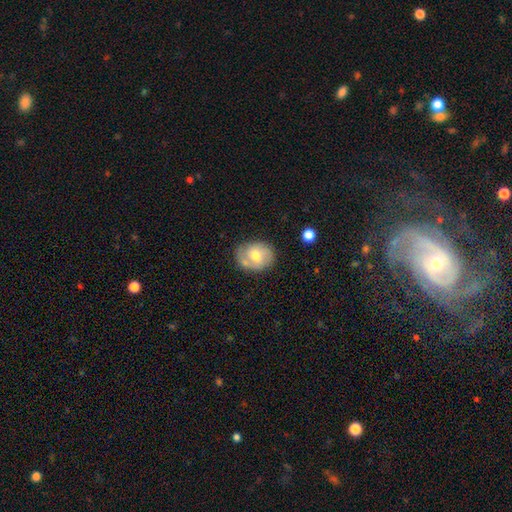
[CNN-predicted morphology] smooth-or-featured: smooth: 52% | featured or disk: 40% | star or artifact: 7%
  how-rounded: round: 53% | in between: 46% | cigar-shaped: 1%
  merging: none: 65% | minor disturbance: 22% | merger: 7% | major disturbance: 6%